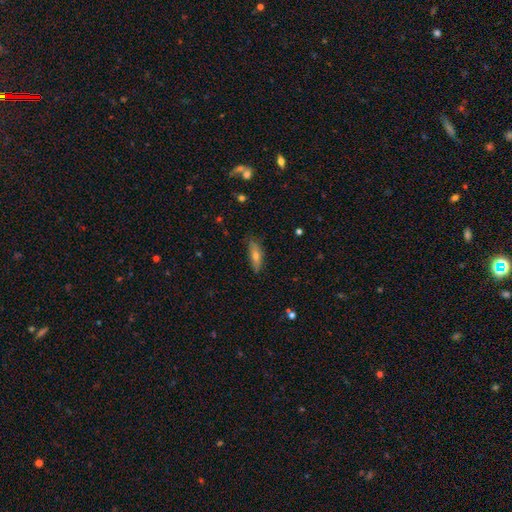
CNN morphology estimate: smooth 60%, featured or disk 30%, star or artifact 10%. Down the decision tree: how rounded — cigar-shaped (49%); merging — none (79%).